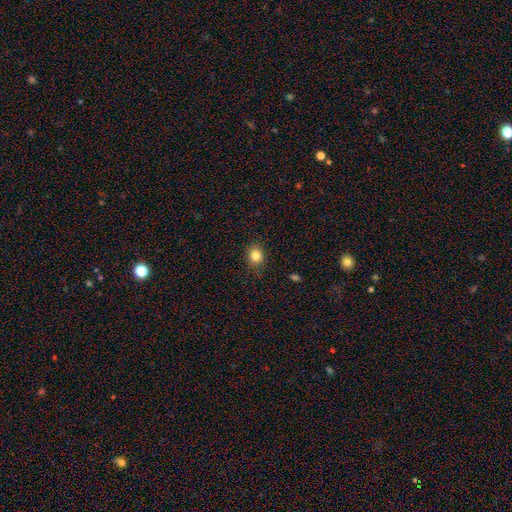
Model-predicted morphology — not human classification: Smooth or featured? smooth (82%)
How rounded? round (59%)
Merging? none (86%)